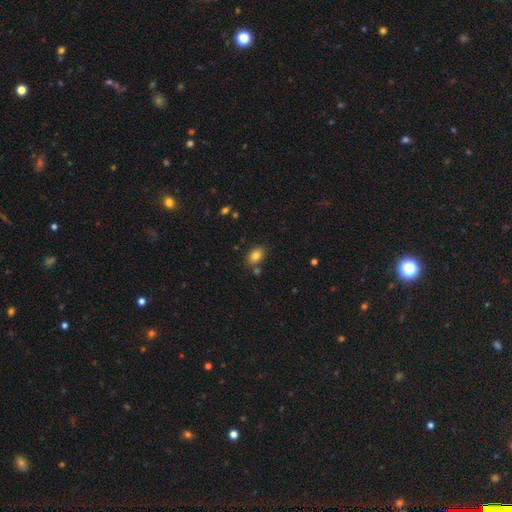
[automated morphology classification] type=smooth (82%); roundness=in between (83%); merging=none (76%).